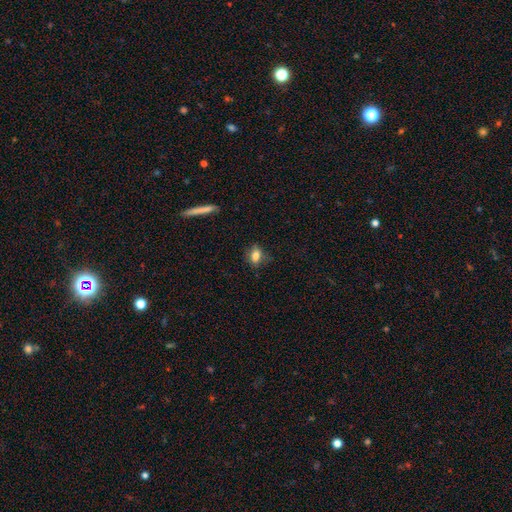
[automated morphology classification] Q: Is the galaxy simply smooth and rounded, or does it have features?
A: smooth — 79%.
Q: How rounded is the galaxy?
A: in between — 71%.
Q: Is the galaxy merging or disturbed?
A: none — 73%.